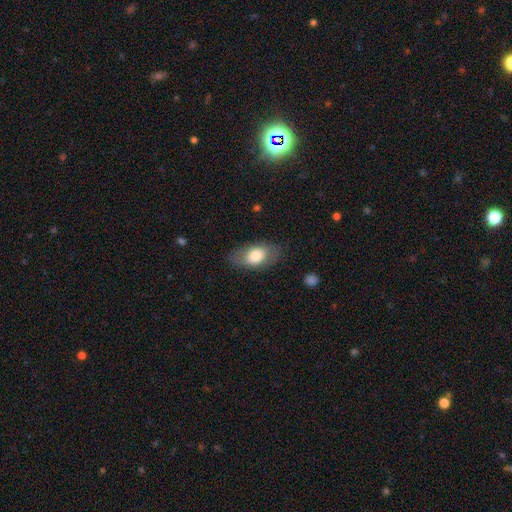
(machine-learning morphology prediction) Smooth or featured? smooth (71%)
How rounded? in between (89%)
Merging? none (80%)